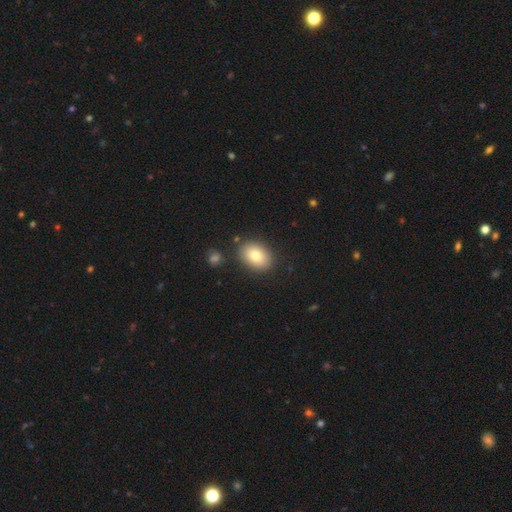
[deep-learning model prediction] A smooth galaxy with no disk features (78%) that is in between round and cigar-shaped (71%).

Vote fractions:
- Smooth or featured? smooth: 78% / featured or disk: 13% / star or artifact: 9%
- How rounded? in between: 71% / round: 28% / cigar-shaped: 1%
- Merging? none: 85% / minor disturbance: 9% / merger: 3% / major disturbance: 3%